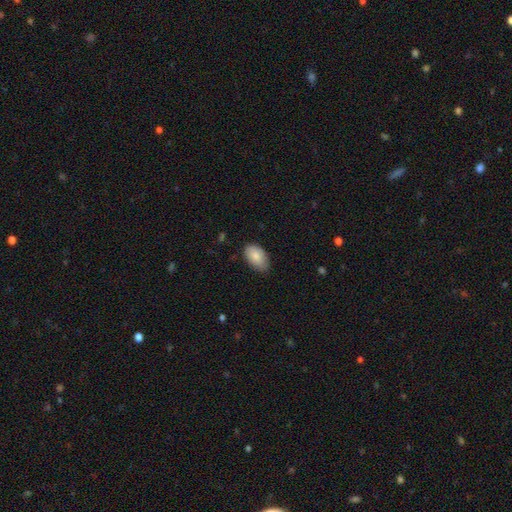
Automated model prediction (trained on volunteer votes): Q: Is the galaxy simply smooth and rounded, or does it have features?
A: smooth — 84%.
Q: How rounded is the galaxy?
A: in between — 94%.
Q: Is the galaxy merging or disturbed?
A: none — 75%.